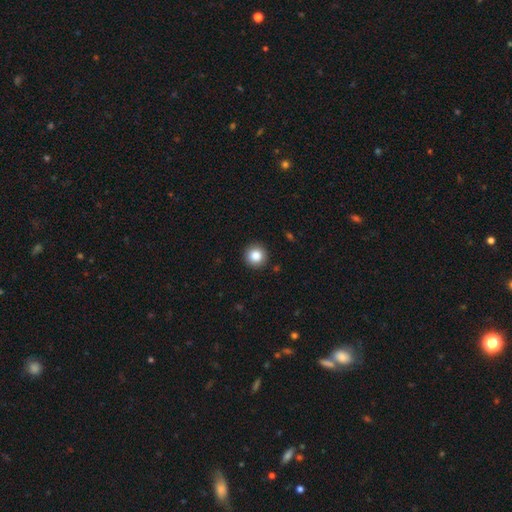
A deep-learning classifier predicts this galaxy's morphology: A smooth galaxy with no disk features (86%) that is round (95%).

Vote fractions:
- Smooth or featured? smooth: 86% / star or artifact: 9% / featured or disk: 5%
- How rounded? round: 95% / in between: 4% / cigar-shaped: 1%
- Merging? none: 91% / minor disturbance: 6% / major disturbance: 2% / merger: 1%